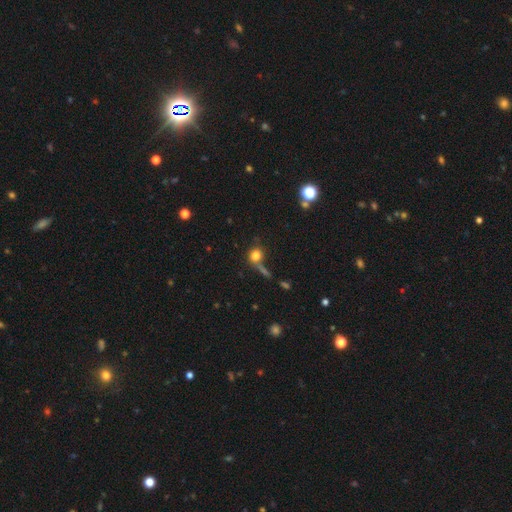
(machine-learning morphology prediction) Smooth or featured? smooth (77%)
How rounded? round (80%)
Merging? none (55%)